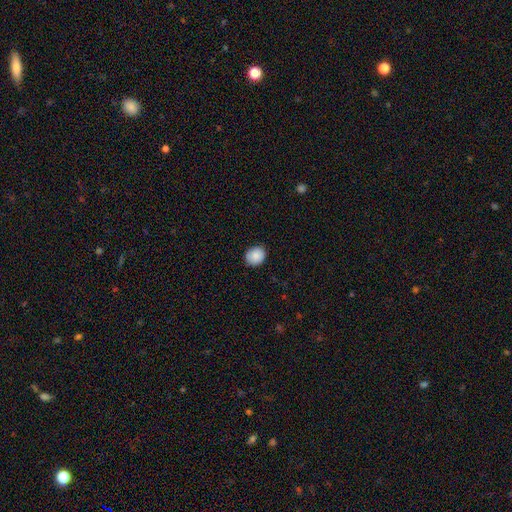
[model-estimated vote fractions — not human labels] smooth-or-featured: smooth: 88% | star or artifact: 8% | featured or disk: 5%
  how-rounded: round: 66% | in between: 33% | cigar-shaped: 1%
  merging: none: 87% | minor disturbance: 10% | major disturbance: 2% | merger: 1%